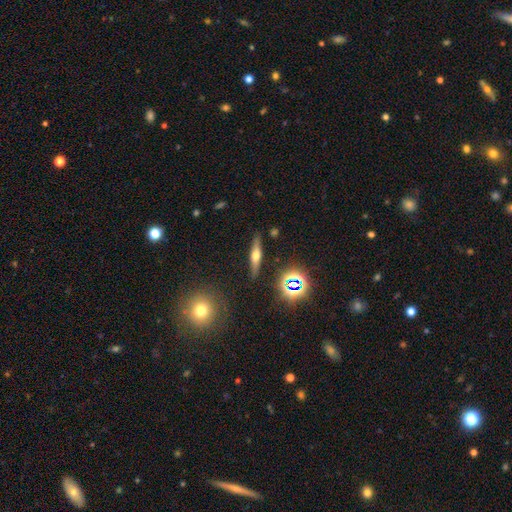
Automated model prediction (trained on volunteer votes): This is possibly a featured or disk galaxy (53%). It is clearly viewed edge-on (93%). Merging: clearly none (87%).